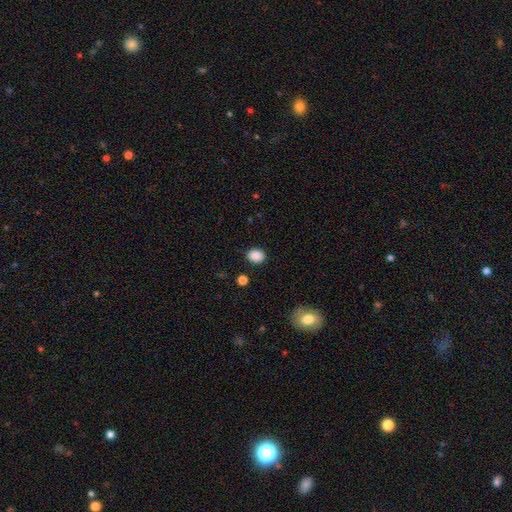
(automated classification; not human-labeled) The model was most divided on "how rounded": in between: 51%, round: 48%, cigar-shaped: 1%. More confident: smooth or featured — smooth (88%); merging — none (87%).